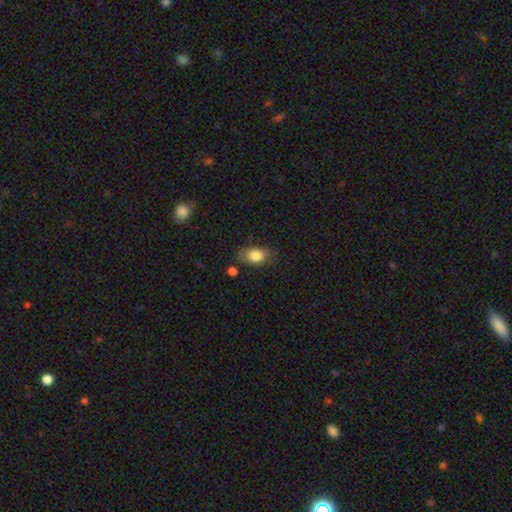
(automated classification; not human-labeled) A smooth galaxy with no disk features (81%) that is in between round and cigar-shaped (82%).

Vote fractions:
- Smooth or featured? smooth: 81% / featured or disk: 12% / star or artifact: 8%
- How rounded? in between: 82% / round: 15% / cigar-shaped: 3%
- Merging? none: 68% / minor disturbance: 22% / major disturbance: 6% / merger: 5%